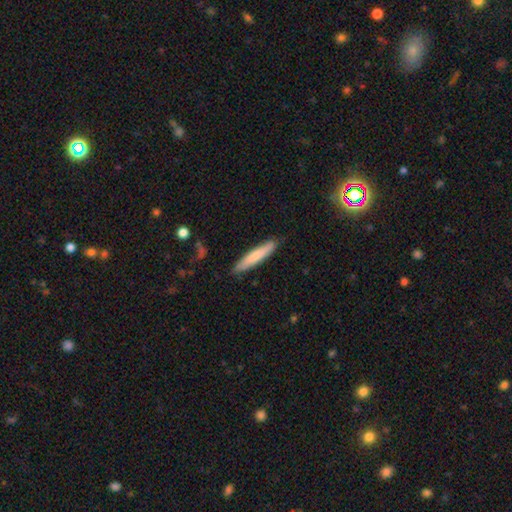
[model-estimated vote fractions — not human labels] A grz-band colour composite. It shows a smooth galaxy with no disk features (75%) that is cigar-shaped (91%). Merging: none (87%).